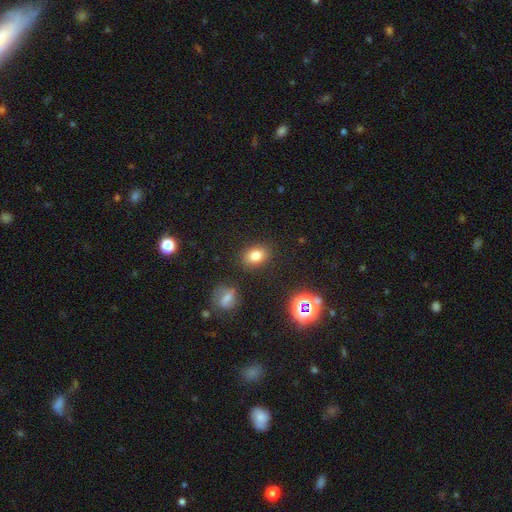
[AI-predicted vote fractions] Morphology: type=smooth (77%); roundness=in between (64%); merging=none (84%).